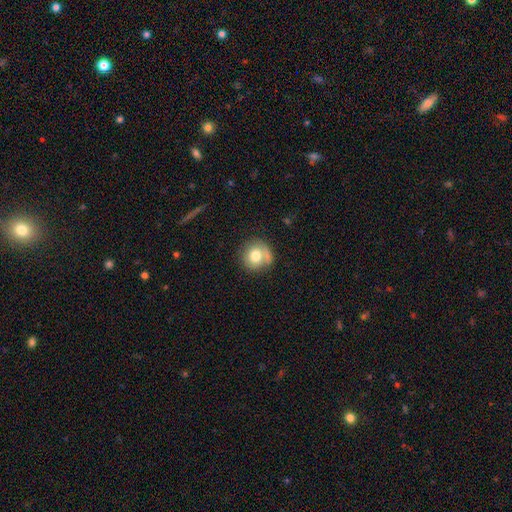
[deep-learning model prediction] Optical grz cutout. It shows a smooth galaxy with no disk features (73%) that is round (90%). Merging: none (63%).